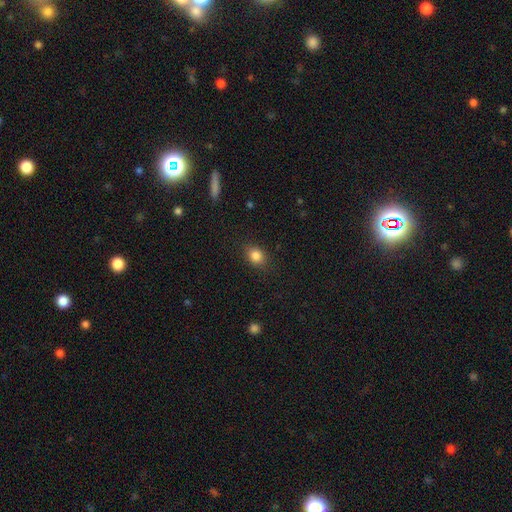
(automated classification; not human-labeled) smooth_or_featured: smooth (p=0.85) [alt: star or artifact p=0.10]
how_rounded: in between (p=0.51) [alt: round p=0.48]
merging: none (p=0.86) [alt: minor disturbance p=0.10]